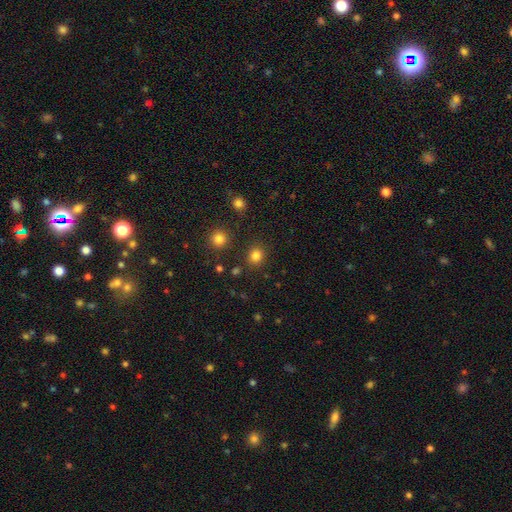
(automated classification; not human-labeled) Q: Smooth or featured?
A: smooth (82%); runner-up: star or artifact (14%)
Q: How rounded?
A: round (82%); runner-up: in between (17%)
Q: Merging?
A: none (87%); runner-up: minor disturbance (7%)